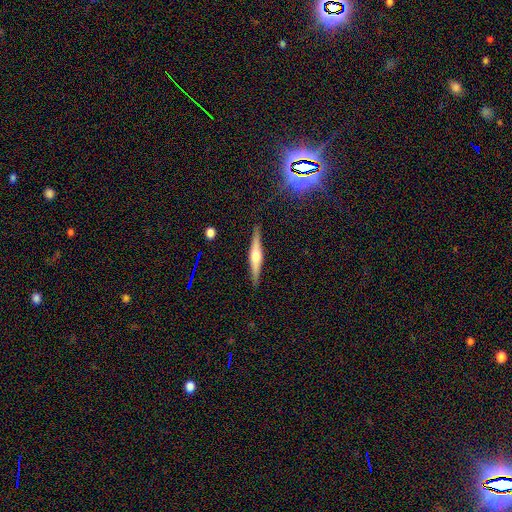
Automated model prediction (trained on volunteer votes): Smooth or featured?
  - featured or disk: 70% *
  - smooth: 24%
  - star or artifact: 7%
Edge-on disk?
  - yes: 97% *
  - no: 3%
Edge-on bulge?
  - rounded: 88% *
  - boxy: 8%
  - none: 4%
Merging?
  - none: 90% *
  - minor disturbance: 7%
  - major disturbance: 2%
  - merger: 1%